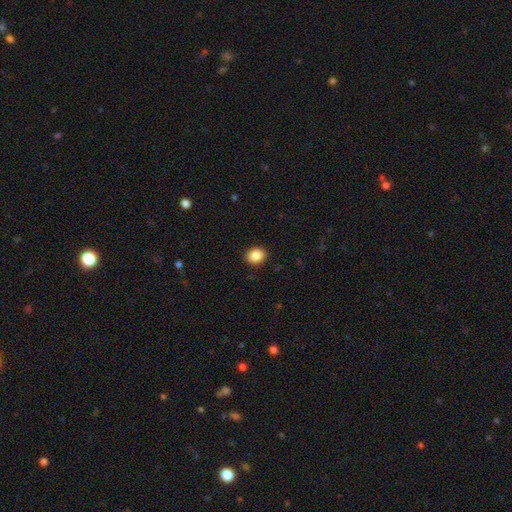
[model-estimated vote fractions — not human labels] A smooth galaxy with no disk features (88%) that is round (62%). Merging: none (91%).